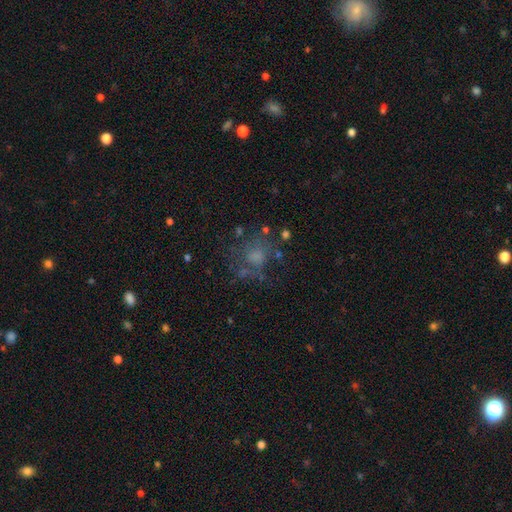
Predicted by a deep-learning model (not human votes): smooth_or_featured: smooth (p=0.46) [alt: featured or disk p=0.34]
merging: none (p=0.57) [alt: major disturbance p=0.20]